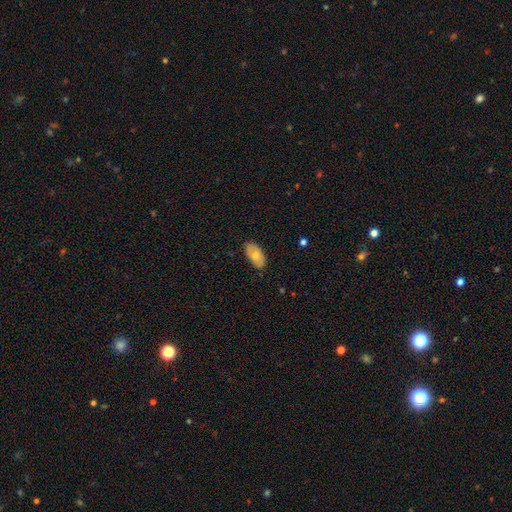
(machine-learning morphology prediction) type=smooth (62%); roundness=in between (93%); merging=none (81%).